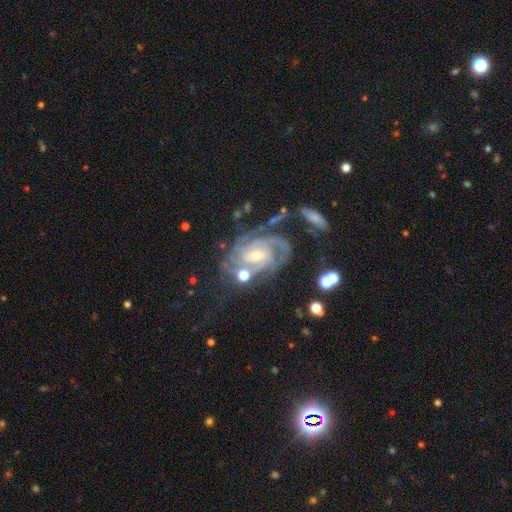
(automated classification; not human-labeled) Smooth or featured?
  - featured or disk: 88% *
  - star or artifact: 7%
  - smooth: 5%
Edge-on disk?
  - no: 97% *
  - yes: 3%
Bar?
  - no: 52% *
  - weak: 37%
  - strong: 11%
Spiral arms?
  - yes: 97% *
  - no: 3%
Spiral winding?
  - tight: 66% *
  - medium: 29%
  - loose: 5%
Spiral arm count?
  - 3: 28% *
  - 2: 27%
  - can't tell: 22%
  - 4: 11%
  - more than 4: 6%
  - 1: 6%
Bulge size?
  - small: 51% *
  - moderate: 41%
  - none: 3%
  - large: 3%
  - dominant: 1%
Merging?
  - none: 57% *
  - minor disturbance: 21%
  - major disturbance: 14%
  - merger: 8%